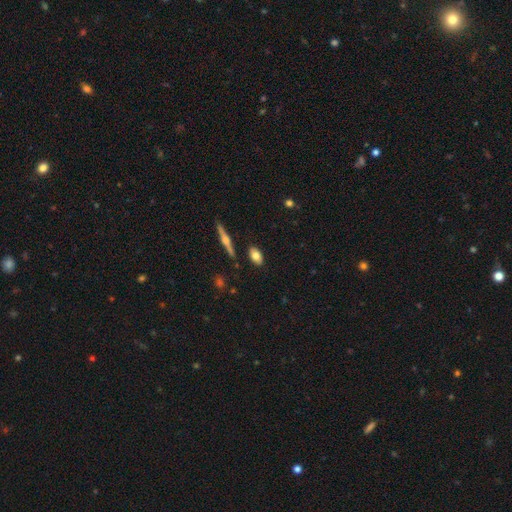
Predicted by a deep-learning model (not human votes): This appears to be a smooth galaxy with no disk features (75%) that is in between round and cigar-shaped (87%). Merging: none (85%).